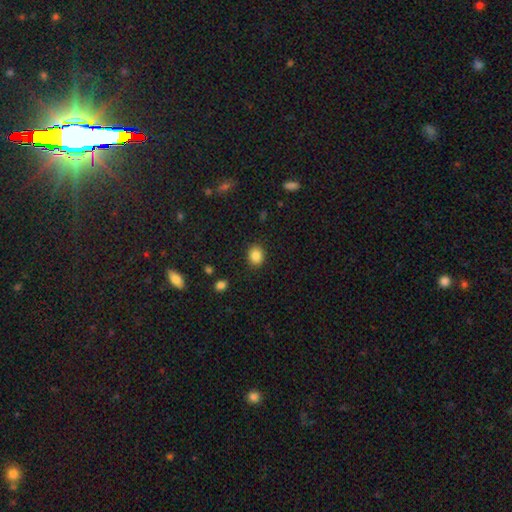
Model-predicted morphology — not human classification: smooth-or-featured: smooth: 86% | star or artifact: 9% | featured or disk: 4%
  how-rounded: round: 53% | in between: 46% | cigar-shaped: 1%
  merging: none: 88% | minor disturbance: 8% | major disturbance: 3% | merger: 1%